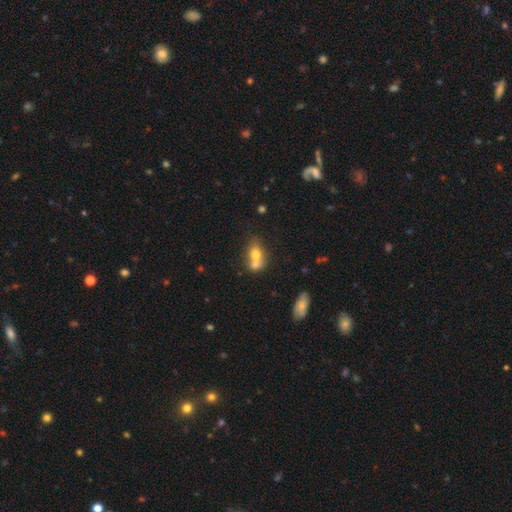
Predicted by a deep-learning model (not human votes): smooth_or_featured: smooth (p=0.70) [alt: featured or disk p=0.20]
how_rounded: in between (p=0.61) [alt: round p=0.37]
merging: merger (p=0.64) [alt: none p=0.24]